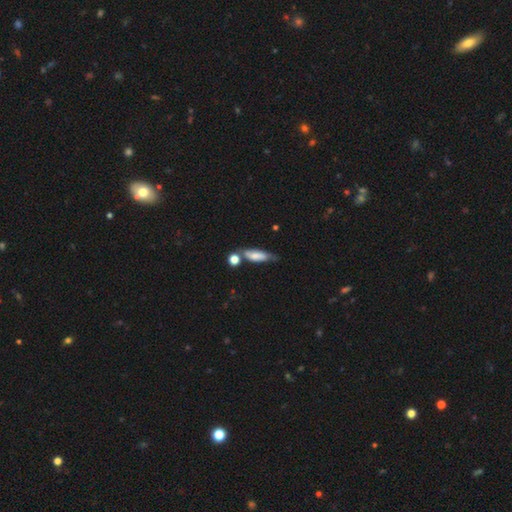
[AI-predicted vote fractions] A smooth galaxy with no disk features (63%) that is in between round and cigar-shaped (52%).

Vote fractions:
- Smooth or featured? smooth: 63% / featured or disk: 28% / star or artifact: 8%
- How rounded? in between: 52% / cigar-shaped: 44% / round: 4%
- Merging? none: 47% / minor disturbance: 25% / merger: 18% / major disturbance: 9%